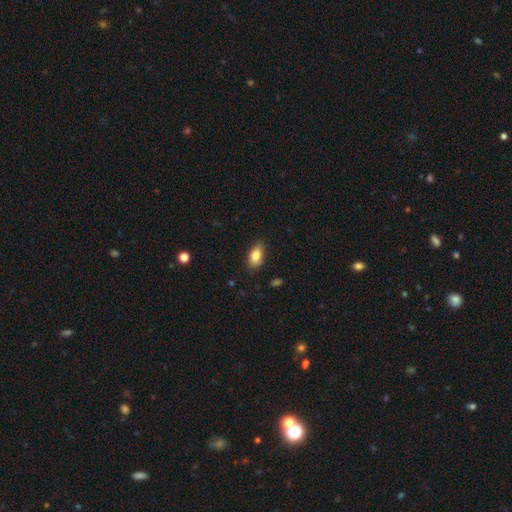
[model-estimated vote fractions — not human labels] This appears to be a smooth galaxy with no disk features (83%) that is in between round and cigar-shaped (87%). Merging: none (79%).